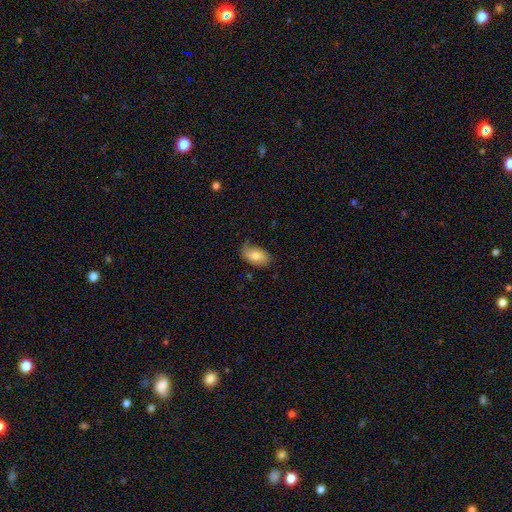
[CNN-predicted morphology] type=smooth (74%); roundness=in between (93%); merging=none (66%).